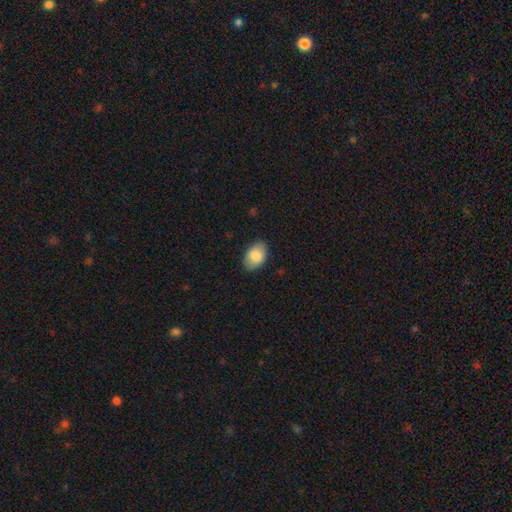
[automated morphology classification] smooth_or_featured: smooth (p=0.85) [alt: featured or disk p=0.09]
how_rounded: in between (p=0.90) [alt: round p=0.09]
merging: none (p=0.83) [alt: minor disturbance p=0.13]